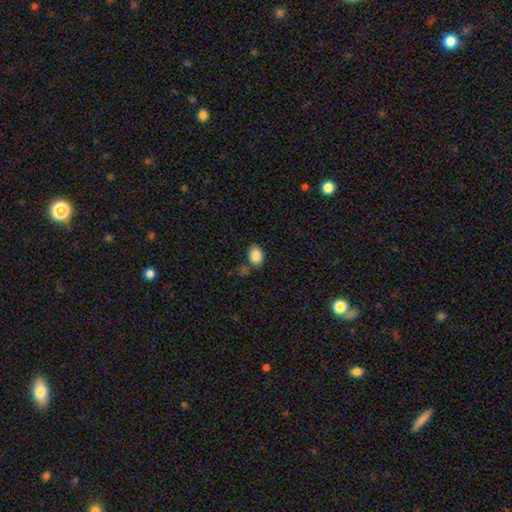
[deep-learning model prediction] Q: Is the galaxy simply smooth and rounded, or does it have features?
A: smooth — 87%.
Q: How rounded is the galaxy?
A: in between — 78%.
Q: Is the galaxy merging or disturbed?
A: none — 64%.